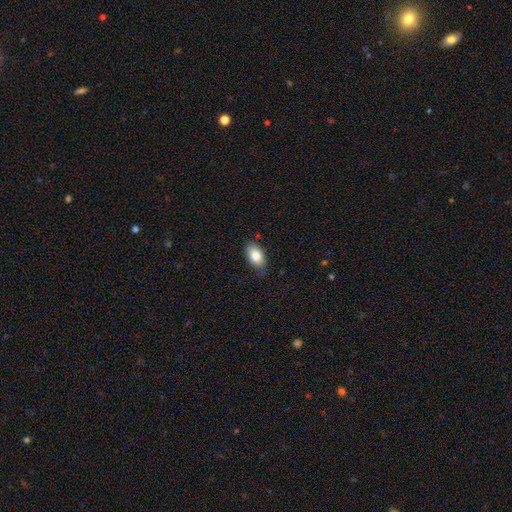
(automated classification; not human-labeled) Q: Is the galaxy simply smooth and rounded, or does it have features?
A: smooth — 81%.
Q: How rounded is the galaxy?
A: in between — 92%.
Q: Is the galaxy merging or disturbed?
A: none — 76%.